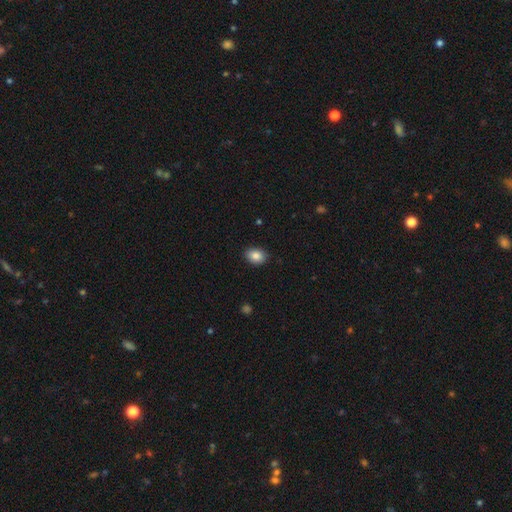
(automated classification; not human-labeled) Q: Smooth or featured?
A: smooth (87%); runner-up: star or artifact (8%)
Q: How rounded?
A: in between (74%); runner-up: round (25%)
Q: Merging?
A: none (87%); runner-up: minor disturbance (10%)